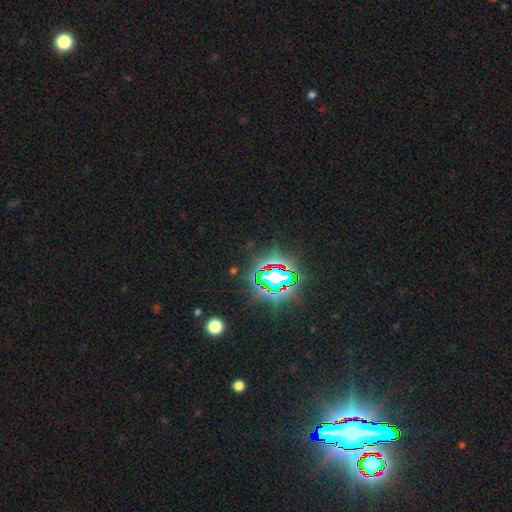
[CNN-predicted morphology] A star or artifact, not a galaxy (82%).

Vote fractions:
- Smooth or featured? star or artifact: 82% / smooth: 10% / featured or disk: 8%